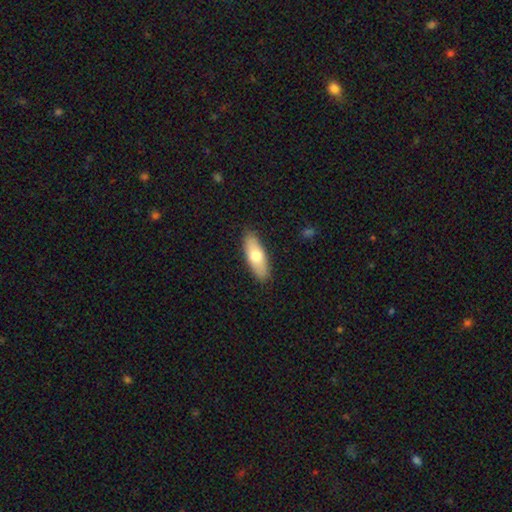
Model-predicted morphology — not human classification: Q: Smooth or featured?
A: smooth (67%); runner-up: featured or disk (27%)
Q: How rounded?
A: in between (68%); runner-up: cigar-shaped (29%)
Q: Merging?
A: none (88%); runner-up: minor disturbance (9%)